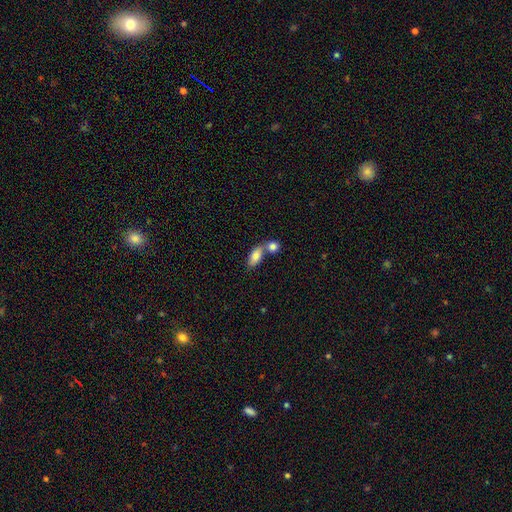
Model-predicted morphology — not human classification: Smooth or featured: smooth — 83% (featured or disk — 10%)
How rounded: in between — 87% (cigar-shaped — 7%)
Merging: merger — 54% (none — 34%)